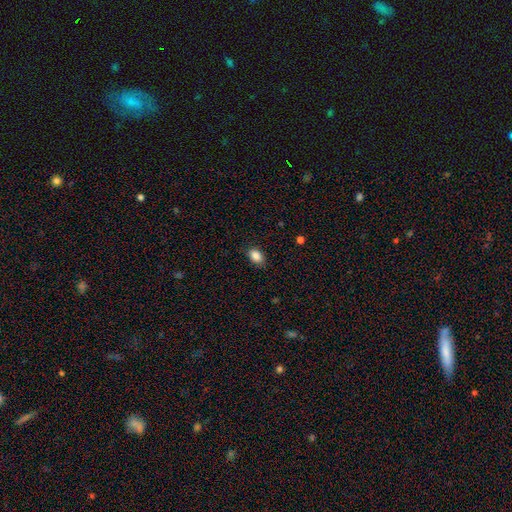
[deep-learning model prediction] smooth-or-featured: smooth: 87% | star or artifact: 9% | featured or disk: 4%
  how-rounded: in between: 81% | round: 18% | cigar-shaped: 1%
  merging: none: 83% | minor disturbance: 13% | major disturbance: 3% | merger: 1%